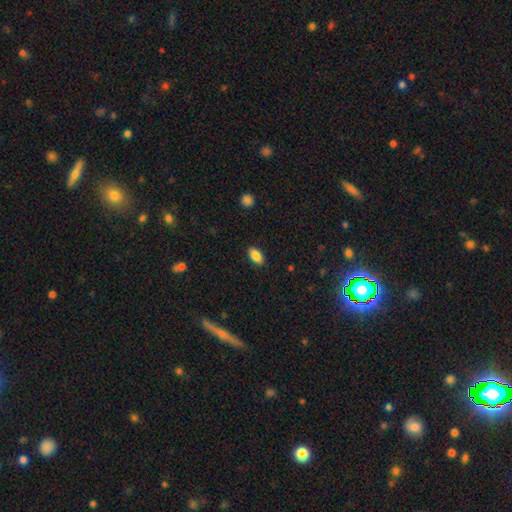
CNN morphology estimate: A smooth galaxy with no disk features (86%) that is in between round and cigar-shaped (92%). Merging: none (88%).